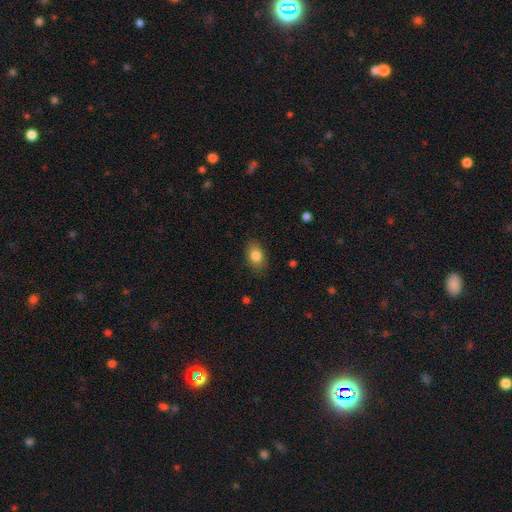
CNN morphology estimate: A smooth galaxy with no disk features (83%) that is in between round and cigar-shaped (82%).

Vote fractions:
- Smooth or featured? smooth: 83% / featured or disk: 9% / star or artifact: 8%
- How rounded? in between: 82% / round: 16% / cigar-shaped: 2%
- Merging? none: 84% / minor disturbance: 12% / major disturbance: 3% / merger: 1%